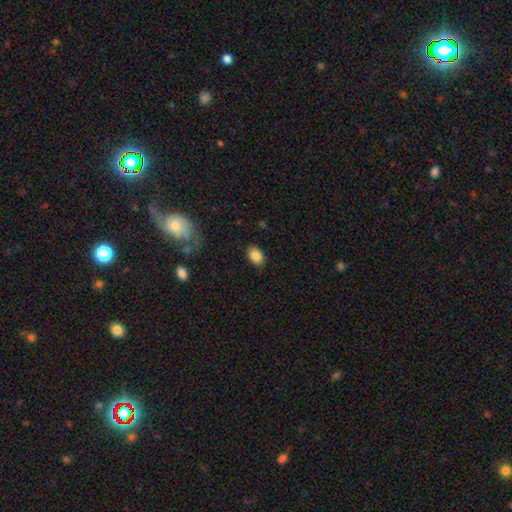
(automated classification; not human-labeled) A smooth galaxy with no disk features (87%) that is in between round and cigar-shaped (84%).

Vote fractions:
- Smooth or featured? smooth: 87% / star or artifact: 8% / featured or disk: 5%
- How rounded? in between: 84% / round: 15% / cigar-shaped: 1%
- Merging? none: 85% / minor disturbance: 11% / major disturbance: 3% / merger: 1%